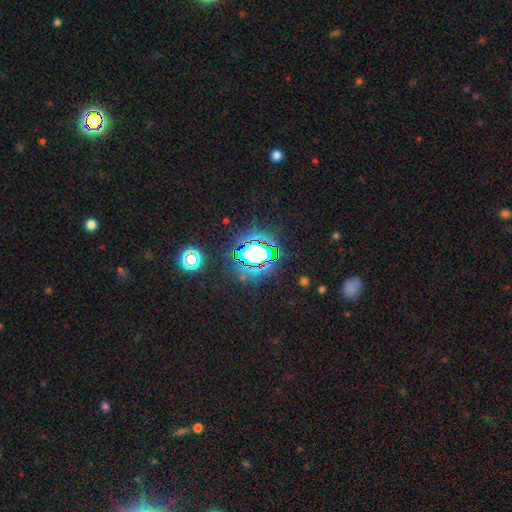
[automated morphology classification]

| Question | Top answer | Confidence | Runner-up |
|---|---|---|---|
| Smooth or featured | star or artifact | 69% | smooth (20%) |